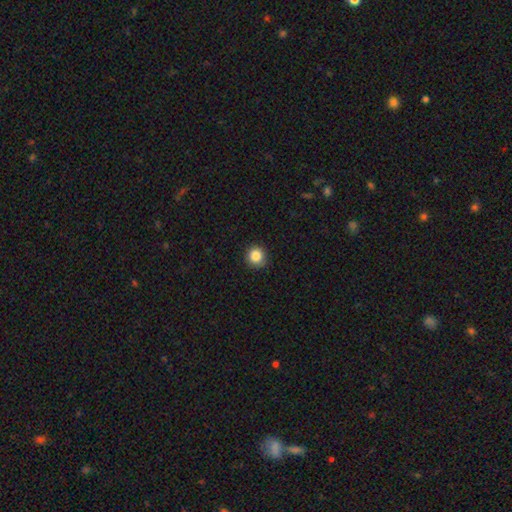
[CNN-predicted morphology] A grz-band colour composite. It shows a smooth galaxy with no disk features (86%) that is round (93%). Merging: none (89%).